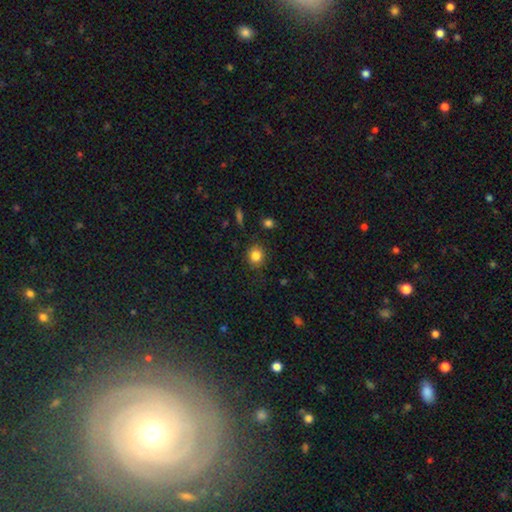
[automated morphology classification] A smooth galaxy with no disk features (83%) that is round (75%). Merging: none (85%).